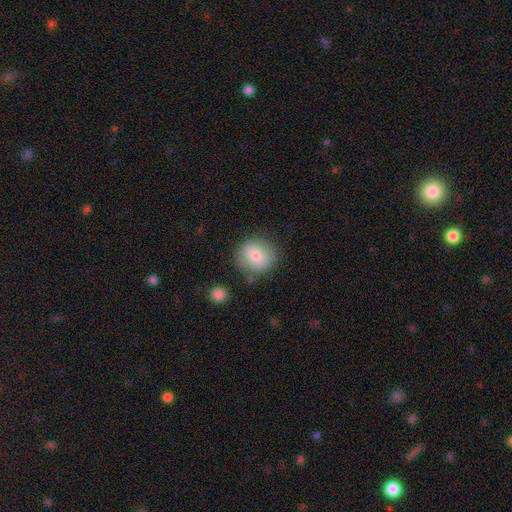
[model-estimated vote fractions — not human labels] A smooth galaxy with no disk features (75%) that is round (88%).

Vote fractions:
- Smooth or featured? smooth: 75% / featured or disk: 17% / star or artifact: 9%
- How rounded? round: 88% / in between: 11% / cigar-shaped: 1%
- Merging? none: 77% / minor disturbance: 14% / merger: 4% / major disturbance: 4%